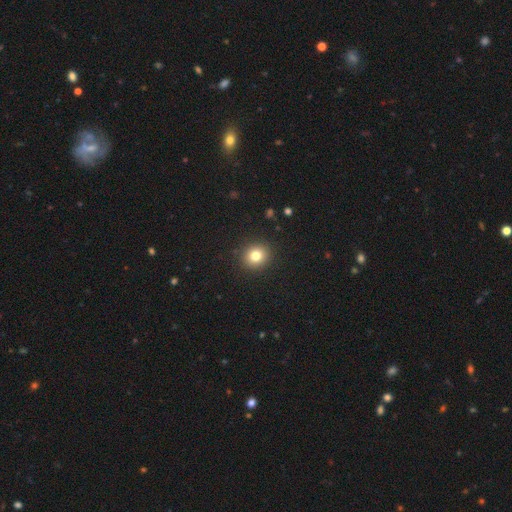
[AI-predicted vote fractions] smooth_or_featured: smooth (p=0.80) [alt: star or artifact p=0.12]
how_rounded: round (p=0.85) [alt: in between p=0.14]
merging: none (p=0.92) [alt: minor disturbance p=0.05]